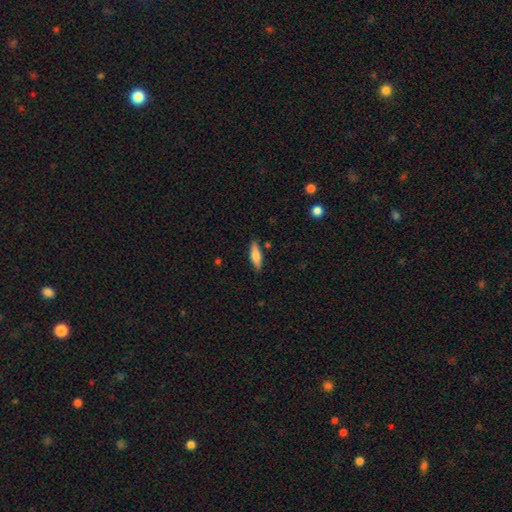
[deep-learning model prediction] The model was most divided on "how rounded": cigar-shaped: 54%, in between: 44%, round: 2%. More confident: merging — none (85%); smooth or featured — smooth (65%).